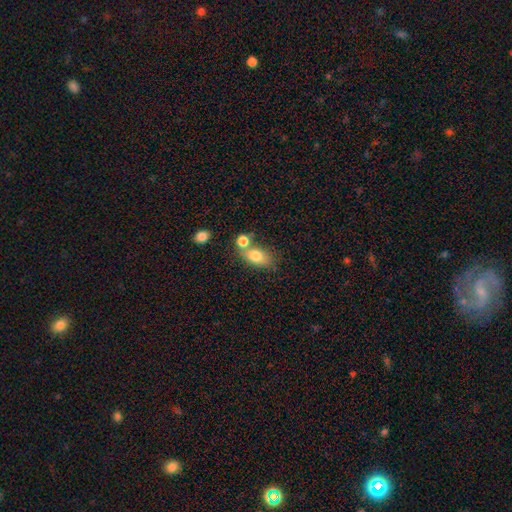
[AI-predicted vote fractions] Smooth or featured: smooth — 79% (featured or disk — 12%)
How rounded: in between — 81% (round — 16%)
Merging: none — 47% (merger — 33%)